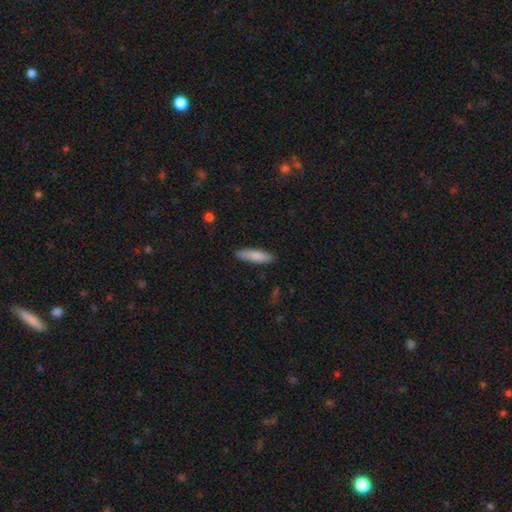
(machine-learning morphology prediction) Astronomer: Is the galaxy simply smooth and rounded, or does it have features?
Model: smooth — 83%.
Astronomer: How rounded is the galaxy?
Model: cigar-shaped — 64%.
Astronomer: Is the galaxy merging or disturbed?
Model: none — 87%.